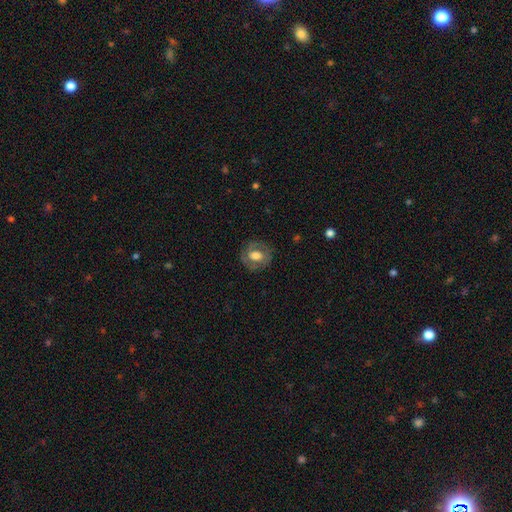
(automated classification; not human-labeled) smooth_or_featured: featured or disk (p=0.48) [alt: smooth p=0.45]
merging: none (p=0.79) [alt: minor disturbance p=0.14]